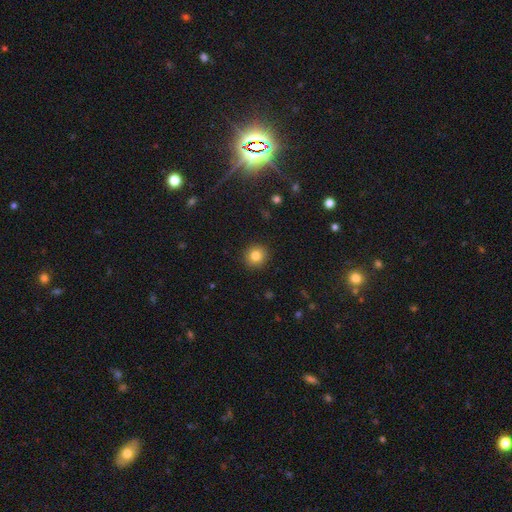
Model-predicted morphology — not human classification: smooth-or-featured: smooth: 83% | star or artifact: 11% | featured or disk: 7%
  how-rounded: round: 92% | in between: 8% | cigar-shaped: 1%
  merging: none: 91% | minor disturbance: 6% | major disturbance: 2% | merger: 1%